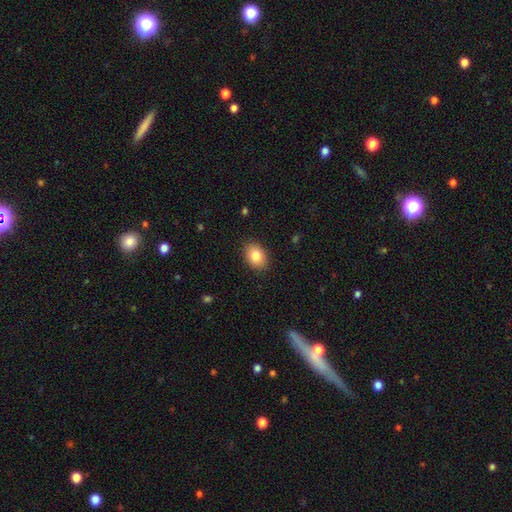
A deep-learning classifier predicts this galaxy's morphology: Smooth or featured?
  - smooth: 83% *
  - featured or disk: 9%
  - star or artifact: 8%
How rounded?
  - in between: 74% *
  - round: 25%
  - cigar-shaped: 1%
Merging?
  - none: 88% *
  - minor disturbance: 9%
  - major disturbance: 2%
  - merger: 1%